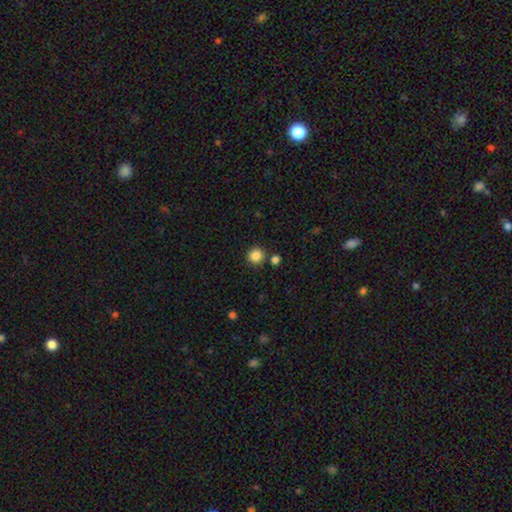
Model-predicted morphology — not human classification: Smooth or featured?
  - smooth: 86% *
  - star or artifact: 11%
  - featured or disk: 3%
How rounded?
  - round: 94% *
  - in between: 5%
  - cigar-shaped: 1%
Merging?
  - none: 84% *
  - merger: 7%
  - minor disturbance: 7%
  - major disturbance: 2%